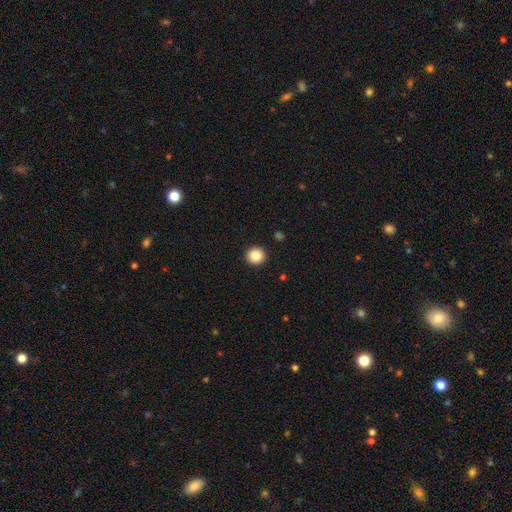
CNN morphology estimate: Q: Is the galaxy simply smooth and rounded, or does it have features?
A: smooth — 86%.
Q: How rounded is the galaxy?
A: round — 93%.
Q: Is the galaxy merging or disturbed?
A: none — 93%.